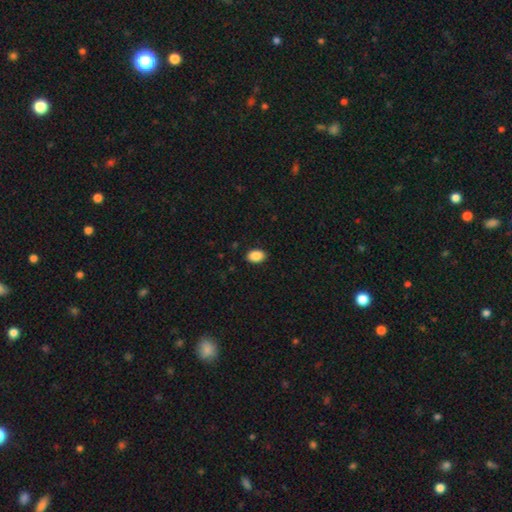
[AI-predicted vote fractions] This is clearly a smooth galaxy (89%). How rounded: clearly in between (88%). Merging: clearly none (90%).